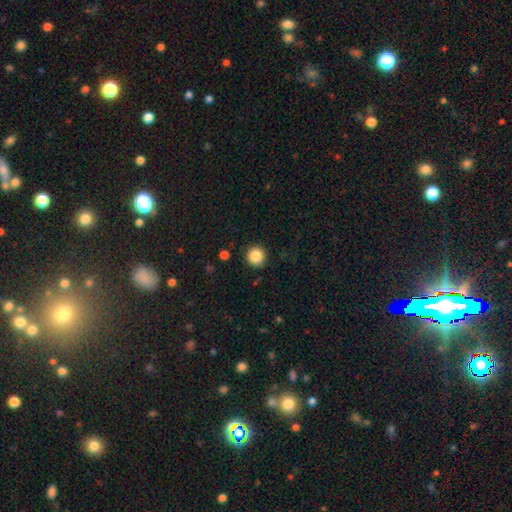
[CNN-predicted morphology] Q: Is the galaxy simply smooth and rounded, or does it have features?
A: smooth — 86%.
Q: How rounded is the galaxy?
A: round — 94%.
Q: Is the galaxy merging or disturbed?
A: none — 91%.